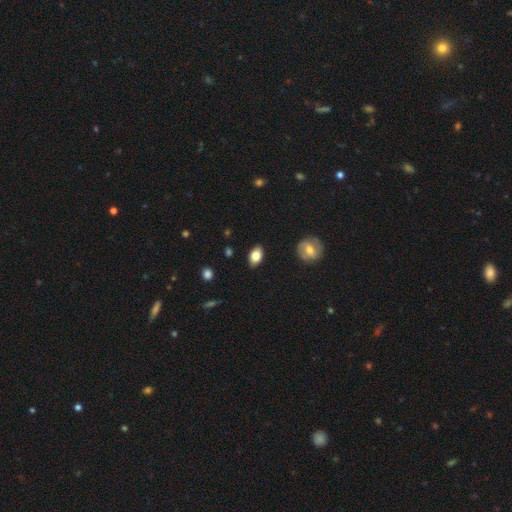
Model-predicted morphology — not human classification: Smooth or featured: smooth — 82% (featured or disk — 11%)
How rounded: in between — 87% (round — 11%)
Merging: none — 86% (minor disturbance — 10%)